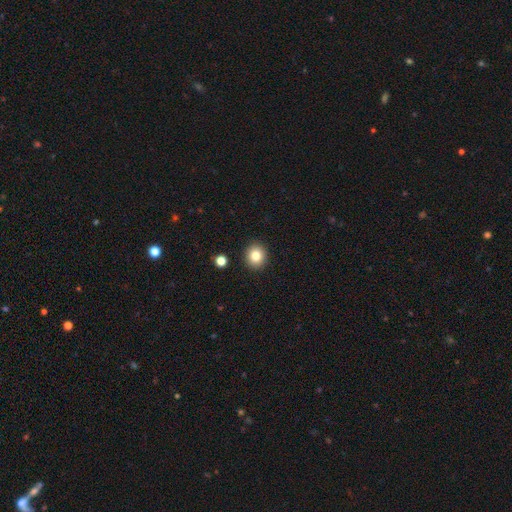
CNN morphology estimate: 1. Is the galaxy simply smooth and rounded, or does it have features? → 82% smooth, 10% star or artifact, 7% featured or disk.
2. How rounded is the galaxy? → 82% round, 18% in between, 1% cigar-shaped.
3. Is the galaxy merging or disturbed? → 91% none, 6% minor disturbance, 2% merger, 2% major disturbance.